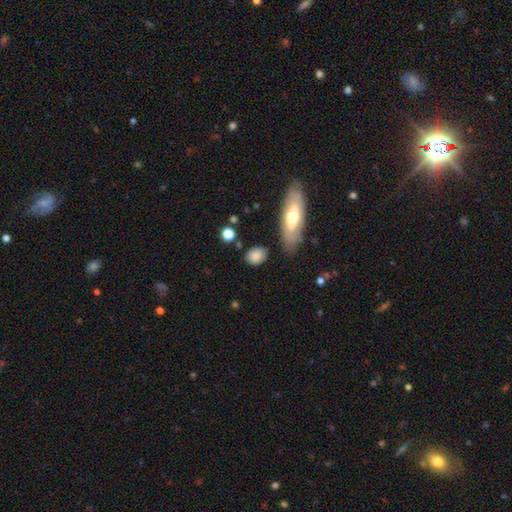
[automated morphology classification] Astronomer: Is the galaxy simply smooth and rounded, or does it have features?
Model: smooth — 83%.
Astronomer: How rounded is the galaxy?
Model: in between — 58% (runner-up: round, 38%).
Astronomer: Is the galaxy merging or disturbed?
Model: none — 75%.